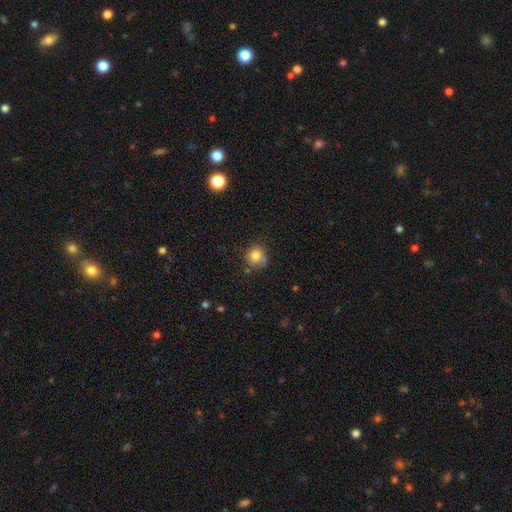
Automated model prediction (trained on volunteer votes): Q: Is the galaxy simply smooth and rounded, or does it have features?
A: smooth — 81%.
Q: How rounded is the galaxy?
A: round — 85%.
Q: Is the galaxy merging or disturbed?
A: none — 68%.